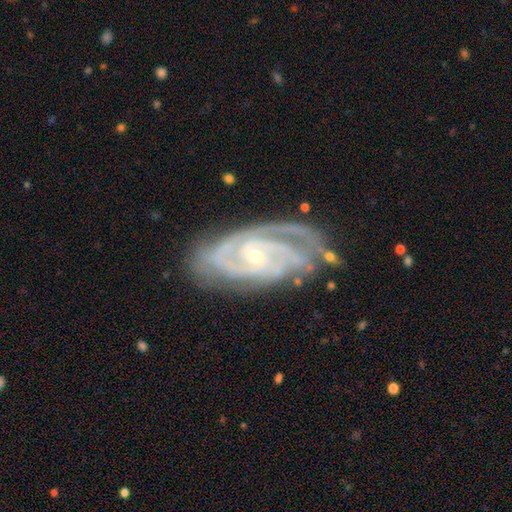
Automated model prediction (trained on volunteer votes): Smooth or featured?
  - featured or disk: 91% *
  - star or artifact: 5%
  - smooth: 4%
Edge-on disk?
  - no: 96% *
  - yes: 4%
Bar?
  - no: 63% *
  - weak: 27%
  - strong: 11%
Spiral arms?
  - yes: 98% *
  - no: 2%
Spiral winding?
  - tight: 67% *
  - medium: 29%
  - loose: 4%
Spiral arm count?
  - 2: 38% *
  - 3: 33%
  - can't tell: 12%
  - 4: 8%
  - more than 4: 4%
  - 1: 4%
Bulge size?
  - small: 78% *
  - moderate: 19%
  - none: 1%
  - large: 1%
  - dominant: 1%
Merging?
  - none: 69% *
  - minor disturbance: 22%
  - major disturbance: 7%
  - merger: 2%